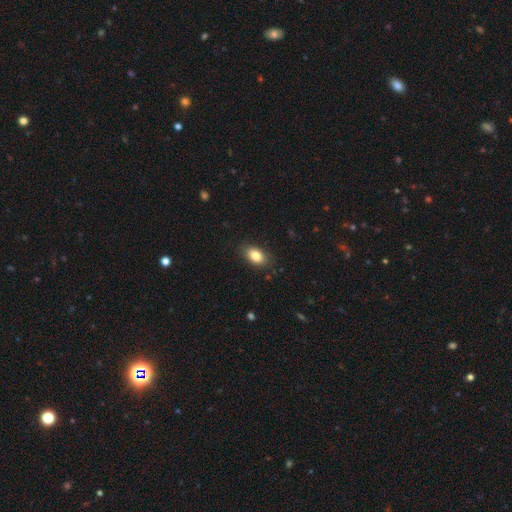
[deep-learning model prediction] The model was most divided on "merging": none: 84%, minor disturbance: 12%, major disturbance: 3%, merger: 1%. More confident: how rounded — in between (89%); smooth or featured — smooth (84%).